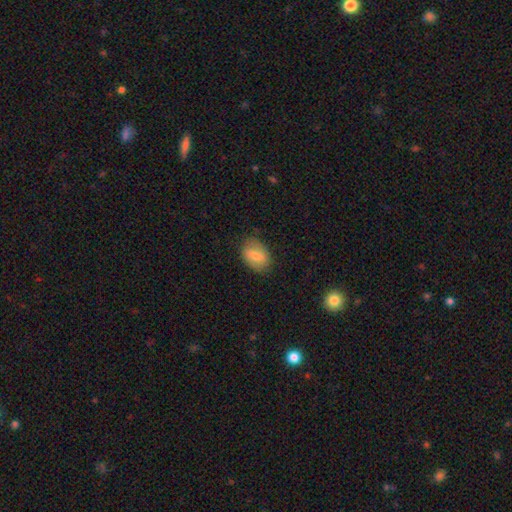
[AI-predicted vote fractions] Q: Smooth or featured?
A: smooth (71%); runner-up: featured or disk (22%)
Q: How rounded?
A: in between (82%); runner-up: round (16%)
Q: Merging?
A: none (77%); runner-up: minor disturbance (17%)